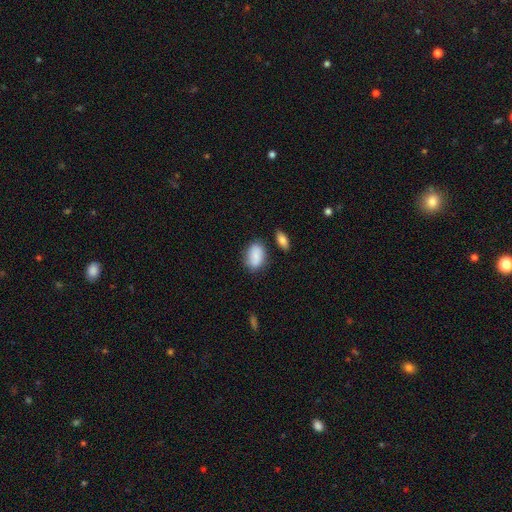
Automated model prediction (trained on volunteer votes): Smooth or featured? Predicted: smooth (p=0.83). How rounded? Predicted: in between (p=0.89). Merging? Predicted: none (p=0.70).